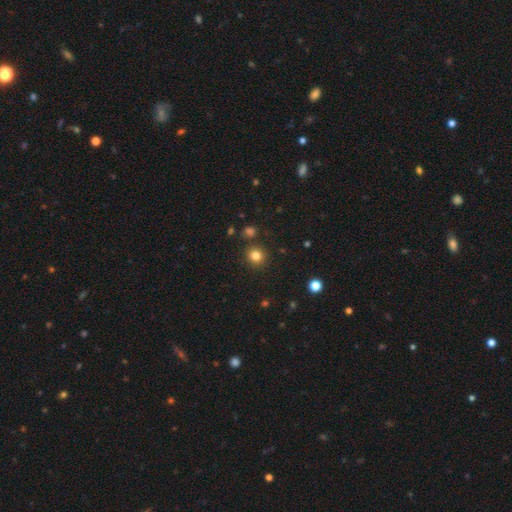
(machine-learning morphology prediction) Overall: smooth (81%). How rounded: round (90%). Merging: none (88%).